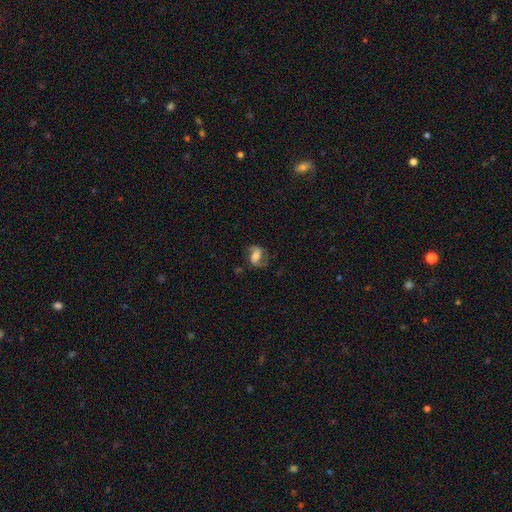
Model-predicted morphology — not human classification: smooth_or_featured: featured or disk (p=0.69) [alt: smooth p=0.23]
disk_edge_on: no (p=0.96) [alt: yes p=0.04]
bar: weak (p=0.40) [alt: no p=0.33]
has_spiral_arms: yes (p=0.91) [alt: no p=0.09]
spiral_winding: loose (p=0.47) [alt: medium p=0.41]
spiral_arm_count: 2 (p=0.88) [alt: 1 p=0.05]
bulge_size: moderate (p=0.50) [alt: small p=0.23]
merging: none (p=0.68) [alt: minor disturbance p=0.19]